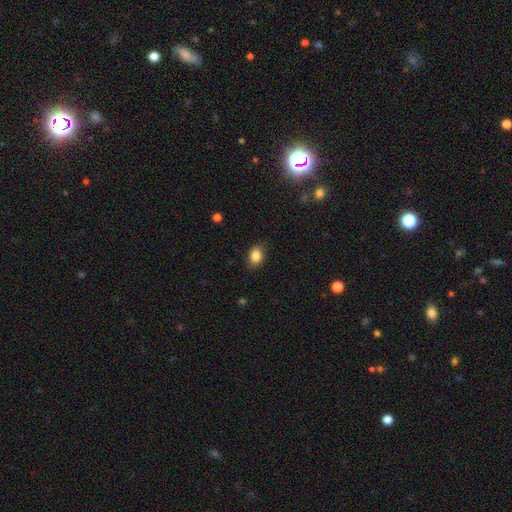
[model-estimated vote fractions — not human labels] A smooth galaxy with no disk features (85%) that is in between round and cigar-shaped (71%).

Vote fractions:
- Smooth or featured? smooth: 85% / star or artifact: 9% / featured or disk: 6%
- How rounded? in between: 71% / round: 27% / cigar-shaped: 1%
- Merging? none: 81% / minor disturbance: 15% / major disturbance: 3% / merger: 1%